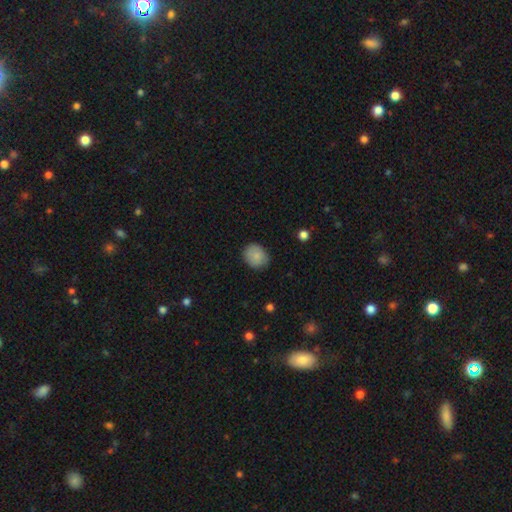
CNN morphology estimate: Q: Smooth or featured?
A: smooth (84%); runner-up: featured or disk (9%)
Q: How rounded?
A: round (64%); runner-up: in between (35%)
Q: Merging?
A: none (82%); runner-up: minor disturbance (14%)